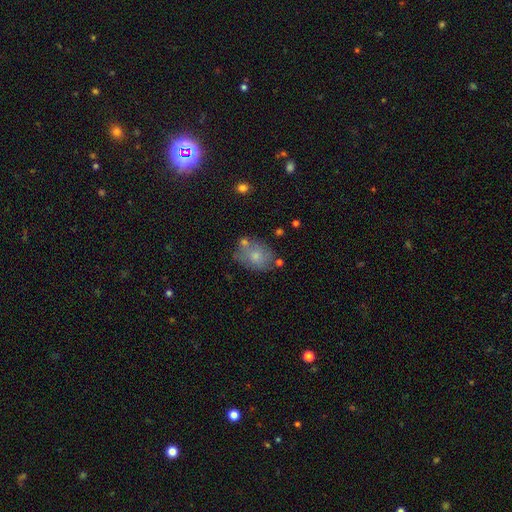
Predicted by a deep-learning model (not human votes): Smooth or featured?
  - smooth: 70% *
  - featured or disk: 22%
  - star or artifact: 8%
How rounded?
  - in between: 73% *
  - round: 26%
  - cigar-shaped: 1%
Merging?
  - none: 60% *
  - minor disturbance: 22%
  - merger: 11%
  - major disturbance: 7%